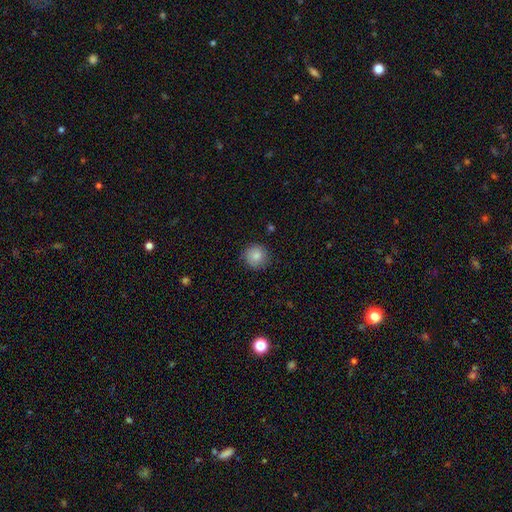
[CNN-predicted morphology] A smooth galaxy with no disk features (84%) that is round (93%).

Vote fractions:
- Smooth or featured? smooth: 84% / star or artifact: 9% / featured or disk: 7%
- How rounded? round: 93% / in between: 6% / cigar-shaped: 1%
- Merging? none: 86% / minor disturbance: 11% / major disturbance: 2% / merger: 1%